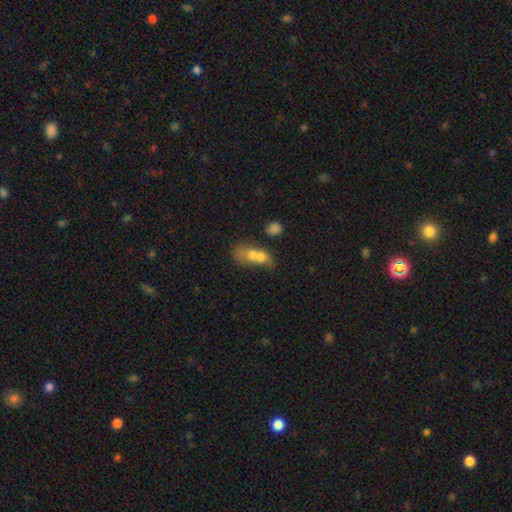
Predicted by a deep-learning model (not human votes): smooth_or_featured: smooth (p=0.64) [alt: featured or disk p=0.25]
how_rounded: in between (p=0.64) [alt: round p=0.30]
merging: merger (p=0.71) [alt: none p=0.14]